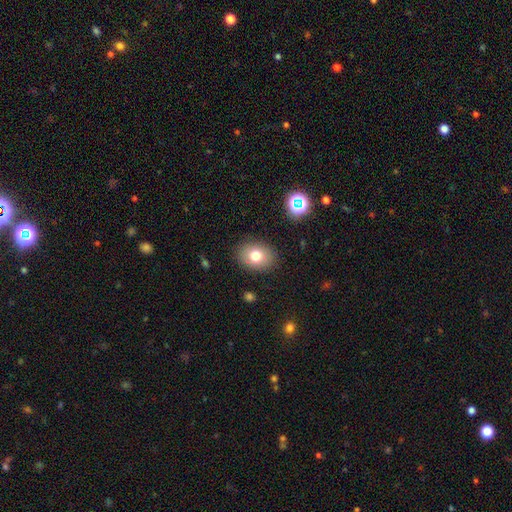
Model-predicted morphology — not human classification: The model was most divided on "how rounded": in between: 59%, round: 40%, cigar-shaped: 1%. More confident: merging — none (87%); smooth or featured — smooth (75%).